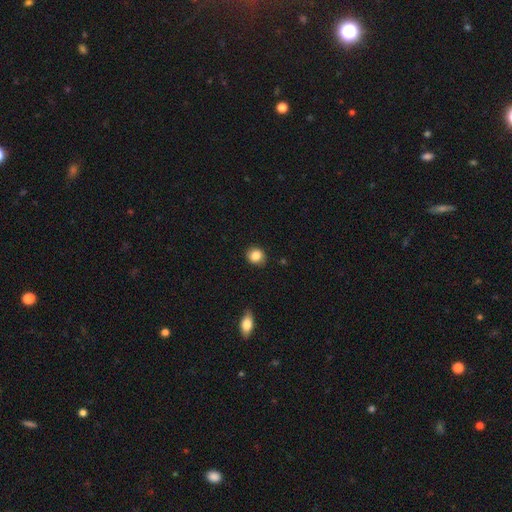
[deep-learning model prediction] smooth-or-featured: smooth: 85% | star or artifact: 9% | featured or disk: 6%
  how-rounded: round: 76% | in between: 23% | cigar-shaped: 1%
  merging: none: 86% | minor disturbance: 11% | major disturbance: 2% | merger: 1%